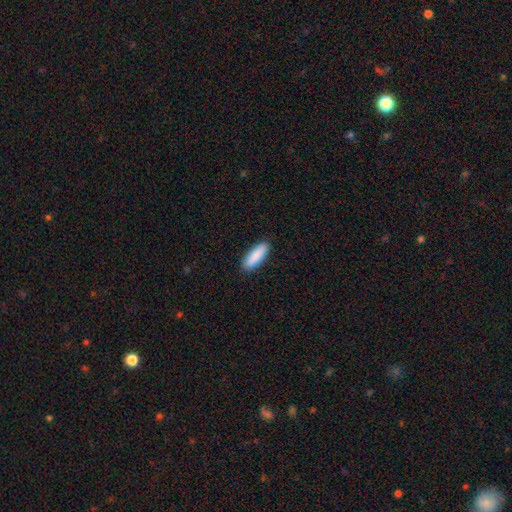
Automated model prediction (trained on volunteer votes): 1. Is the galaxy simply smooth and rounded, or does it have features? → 89% smooth, 6% featured or disk, 6% star or artifact.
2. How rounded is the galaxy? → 56% in between, 42% cigar-shaped, 2% round.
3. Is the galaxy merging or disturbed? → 90% none, 7% minor disturbance, 2% major disturbance, 1% merger.